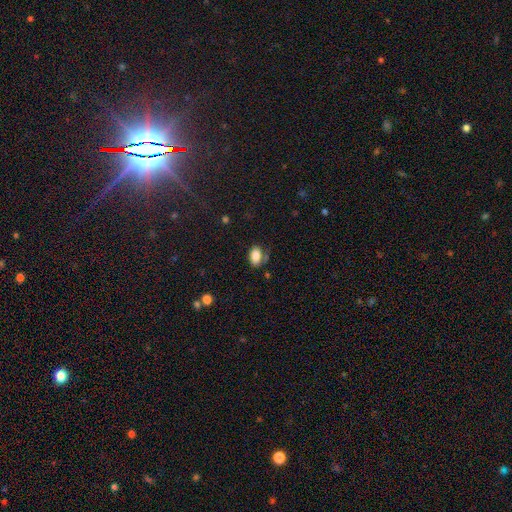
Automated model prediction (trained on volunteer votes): A smooth galaxy with no disk features (84%) that is in between round and cigar-shaped (90%).

Vote fractions:
- Smooth or featured? smooth: 84% / star or artifact: 9% / featured or disk: 8%
- How rounded? in between: 90% / round: 8% / cigar-shaped: 2%
- Merging? none: 65% / minor disturbance: 20% / merger: 8% / major disturbance: 6%